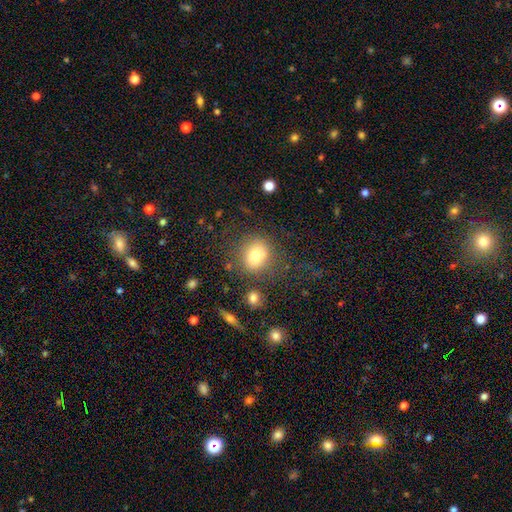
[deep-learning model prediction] Smooth or featured? Predicted: smooth (p=0.78). How rounded? Predicted: round (p=0.69). Merging? Predicted: none (p=0.73).